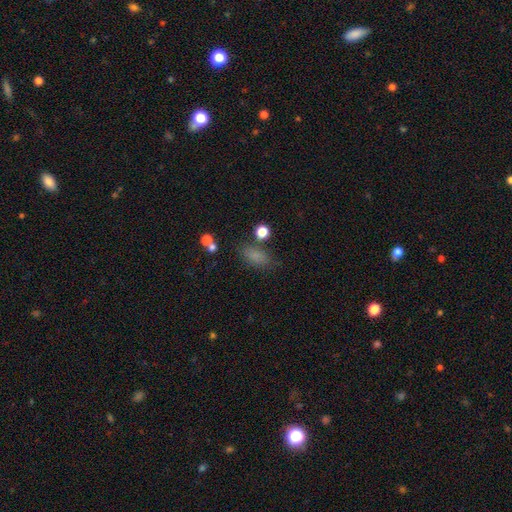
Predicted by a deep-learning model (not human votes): Overall: smooth (78%). How rounded: in between (80%). Merging: none (72%).